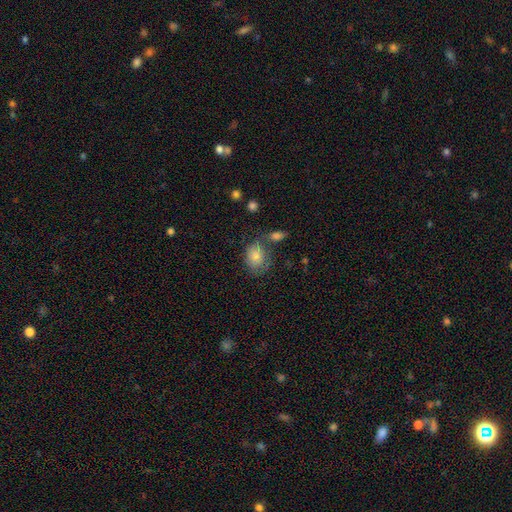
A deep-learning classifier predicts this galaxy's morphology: Smooth or featured: smooth — 74% (featured or disk — 15%)
How rounded: in between — 54% (round — 45%)
Merging: none — 56% (minor disturbance — 21%)